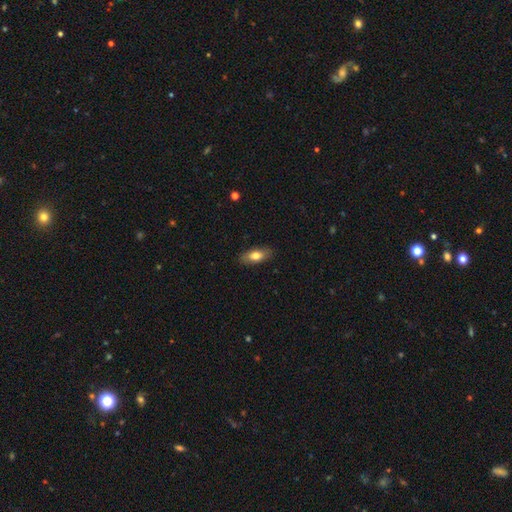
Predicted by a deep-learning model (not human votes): A smooth galaxy with no disk features (74%) that is in between round and cigar-shaped (83%).

Vote fractions:
- Smooth or featured? smooth: 74% / featured or disk: 19% / star or artifact: 7%
- How rounded? in between: 83% / cigar-shaped: 13% / round: 4%
- Merging? none: 87% / minor disturbance: 10% / major disturbance: 2% / merger: 1%